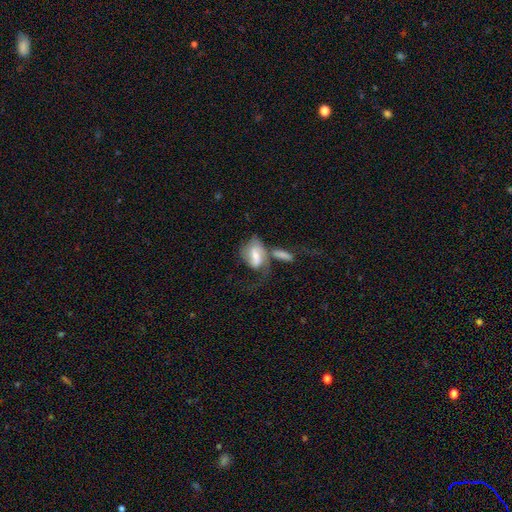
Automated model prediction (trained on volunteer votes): Smooth or featured? Predicted: featured or disk (p=0.49). Merging? Predicted: merger (p=0.38).